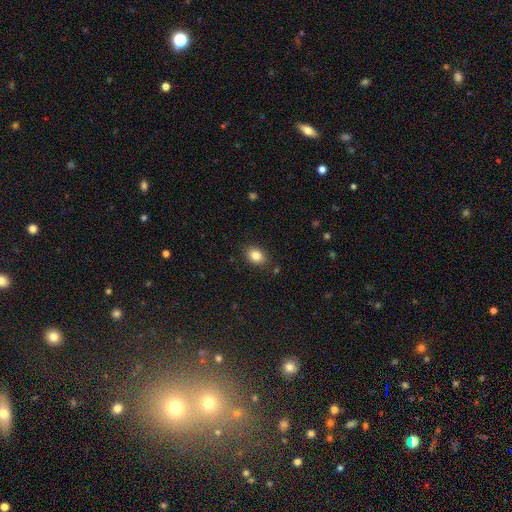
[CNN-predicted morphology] Overall: smooth (84%). How rounded: in between (69%; round 30%). Merging: none (86%).